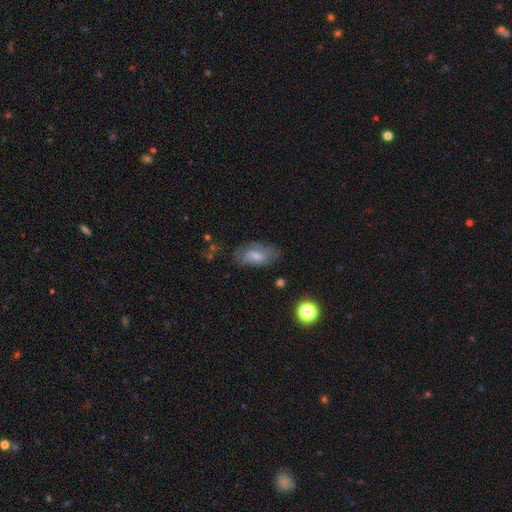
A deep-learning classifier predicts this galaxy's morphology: The model was most divided on "smooth or featured": smooth: 63%, featured or disk: 29%, star or artifact: 8%. More confident: how rounded — in between (90%); merging — none (65%).